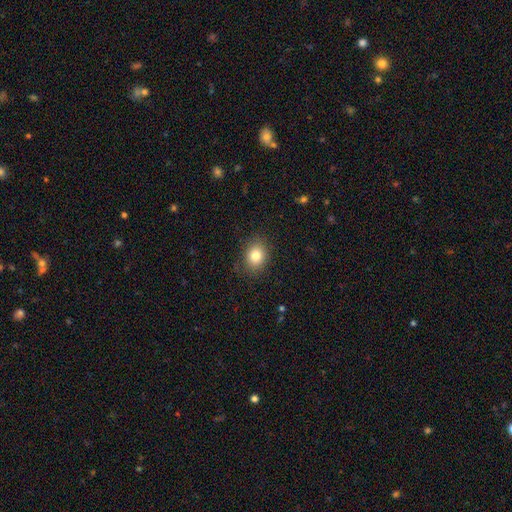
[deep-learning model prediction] Overall: smooth (81%). How rounded: in between (50%; round 49%). Merging: none (86%).